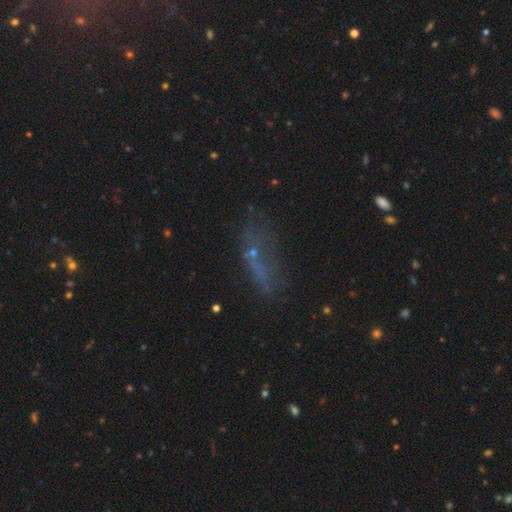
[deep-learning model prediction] Q: Smooth or featured?
A: smooth (42%); runner-up: star or artifact (32%)
Q: Merging?
A: none (51%); runner-up: major disturbance (22%)